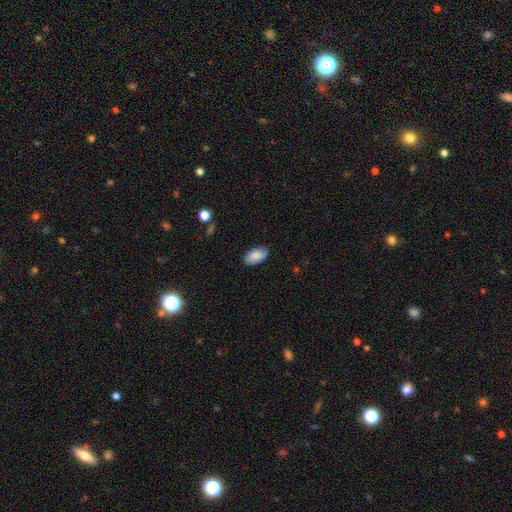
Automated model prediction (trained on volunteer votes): smooth 84%, featured or disk 9%, star or artifact 7%. Down the decision tree: how rounded — in between (94%); merging — none (79%).